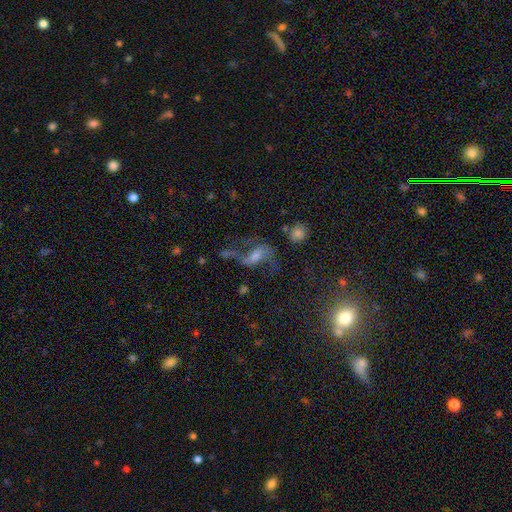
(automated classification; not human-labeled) Morphology: type=featured or disk (61%); edge-on=no (93%); bar=weak (41%); spiral arms=yes (80%); bulge=moderate (43%); merging=none (43%).